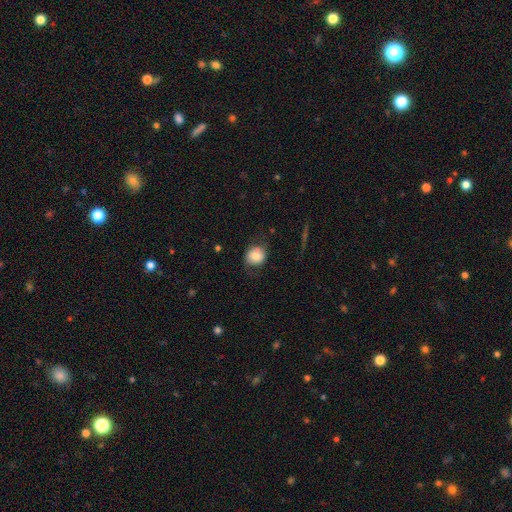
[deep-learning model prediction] Smooth or featured: smooth — 74% (featured or disk — 17%)
How rounded: round — 77% (in between — 22%)
Merging: none — 68% (minor disturbance — 21%)